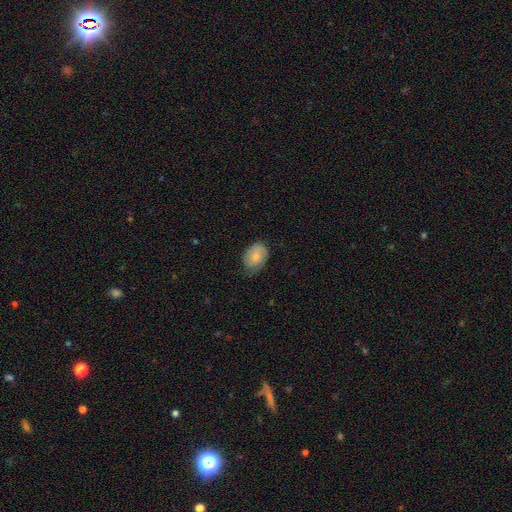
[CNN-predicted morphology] This appears to be a smooth galaxy with no disk features (75%) that is in between round and cigar-shaped (76%). Merging: none (66%).